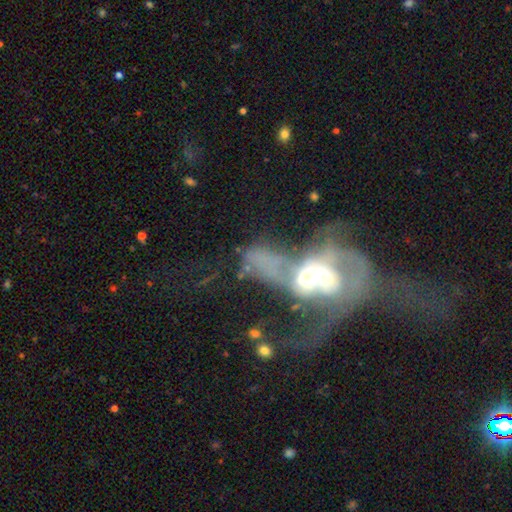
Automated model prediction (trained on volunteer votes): Q: Smooth or featured?
A: featured or disk (58%); runner-up: smooth (29%)
Q: Edge-on disk?
A: no (95%); runner-up: yes (5%)
Q: Bar?
A: no (79%); runner-up: weak (15%)
Q: Spiral arms?
A: no (67%); runner-up: yes (33%)
Q: Bulge size?
A: moderate (52%); runner-up: small (19%)
Q: Merging?
A: merger (74%); runner-up: major disturbance (18%)